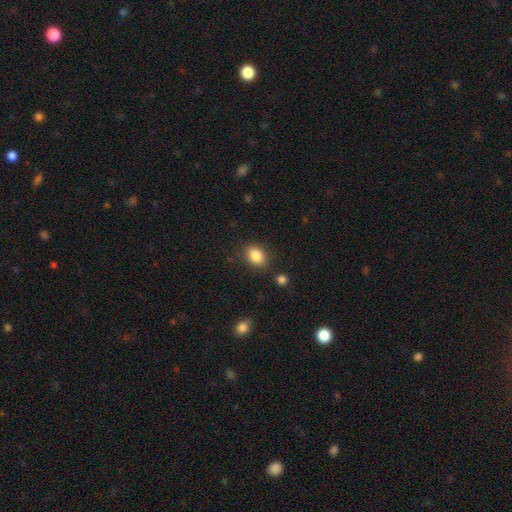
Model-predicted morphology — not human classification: This appears to be a smooth galaxy with no disk features (86%) that is in between round and cigar-shaped (74%). Merging: none (82%).